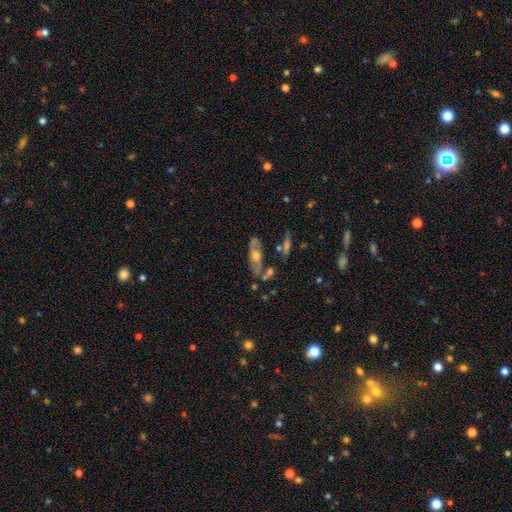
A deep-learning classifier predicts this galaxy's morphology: type=featured or disk (61%); edge-on=no (68%); merging=none (64%).